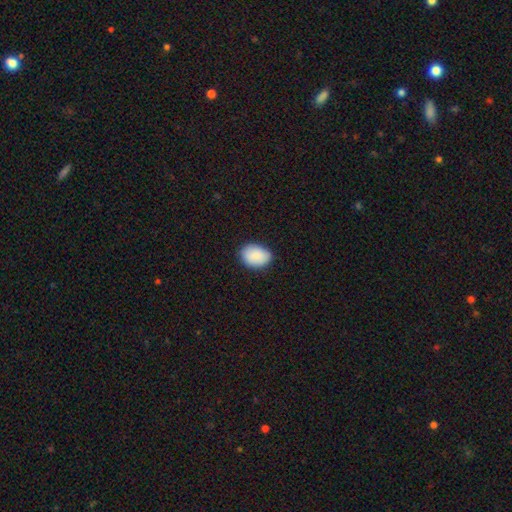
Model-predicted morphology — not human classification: The model was most divided on "how rounded": in between: 78%, round: 21%, cigar-shaped: 1%. More confident: smooth or featured — smooth (89%); merging — none (82%).